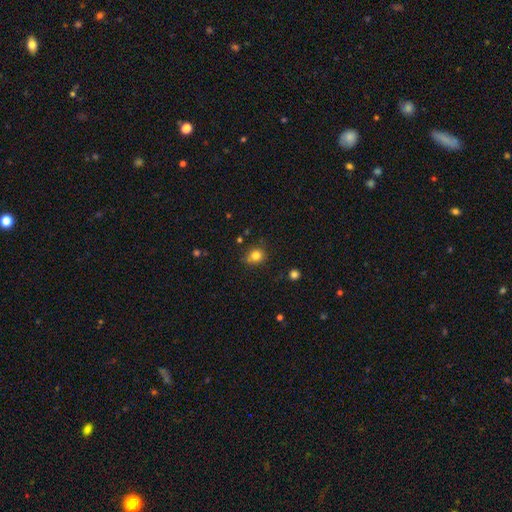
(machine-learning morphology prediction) Q: Smooth or featured?
A: smooth (81%); runner-up: star or artifact (13%)
Q: How rounded?
A: round (84%); runner-up: in between (15%)
Q: Merging?
A: none (77%); runner-up: minor disturbance (15%)